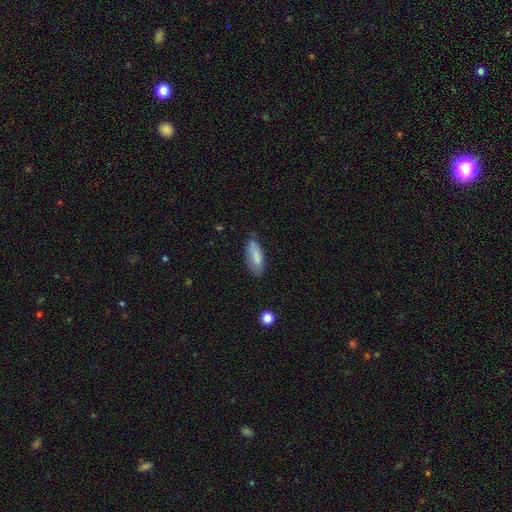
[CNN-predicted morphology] Smooth or featured? smooth (81%)
How rounded? in between (75%)
Merging? none (68%)